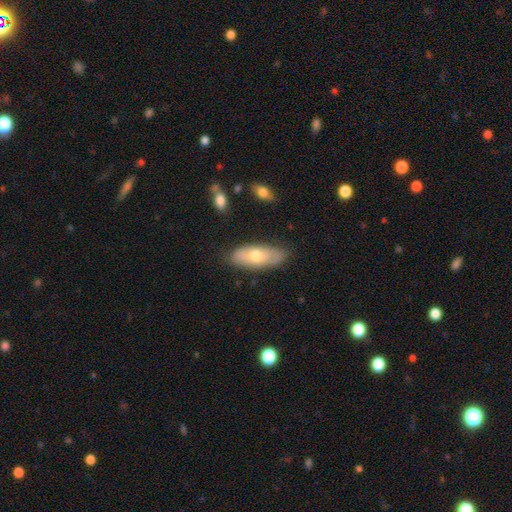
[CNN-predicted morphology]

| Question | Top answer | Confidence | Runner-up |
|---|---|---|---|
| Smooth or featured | smooth | 62% | featured or disk (32%) |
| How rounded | in between | 78% | cigar-shaped (20%) |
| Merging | none | 79% | minor disturbance (16%) |